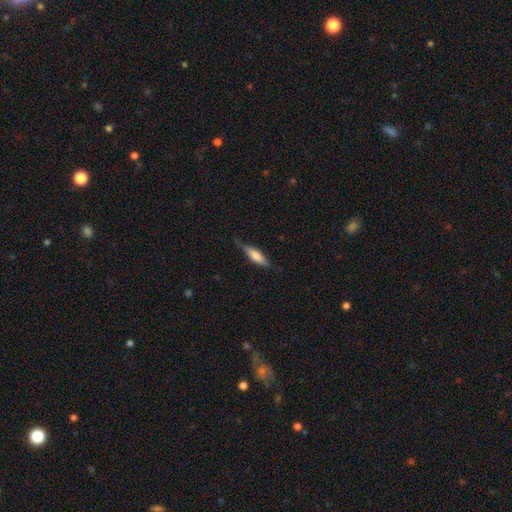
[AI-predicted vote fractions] This appears to be a smooth galaxy with no disk features (59%) that is cigar-shaped (61%). Merging: none (72%).